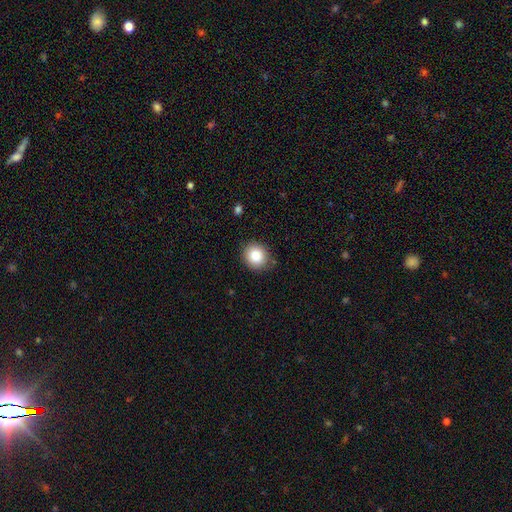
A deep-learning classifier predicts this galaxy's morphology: A smooth galaxy with no disk features (86%) that is round (80%).

Vote fractions:
- Smooth or featured? smooth: 86% / star or artifact: 9% / featured or disk: 5%
- How rounded? round: 80% / in between: 19% / cigar-shaped: 1%
- Merging? none: 86% / minor disturbance: 10% / major disturbance: 2% / merger: 1%